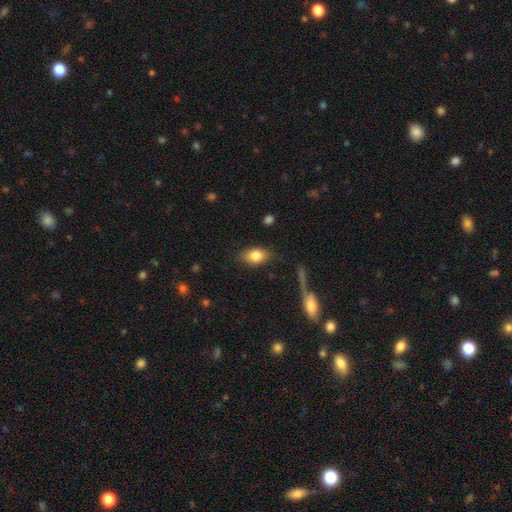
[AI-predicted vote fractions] This appears to be a smooth galaxy with no disk features (81%) that is in between round and cigar-shaped (86%). Merging: none (81%).